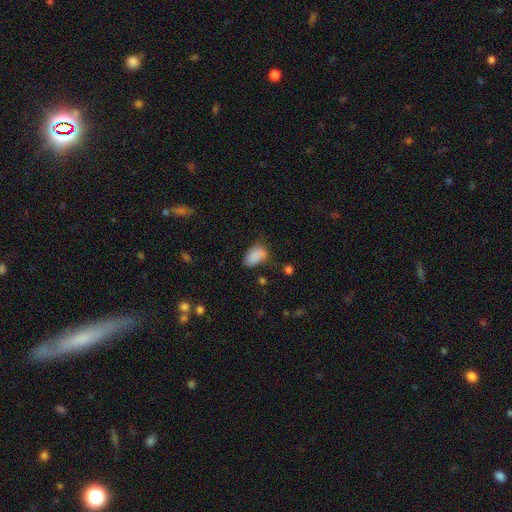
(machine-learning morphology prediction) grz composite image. It shows a smooth galaxy with no disk features (87%) that is in between round and cigar-shaped (93%). Merging: none (65%).